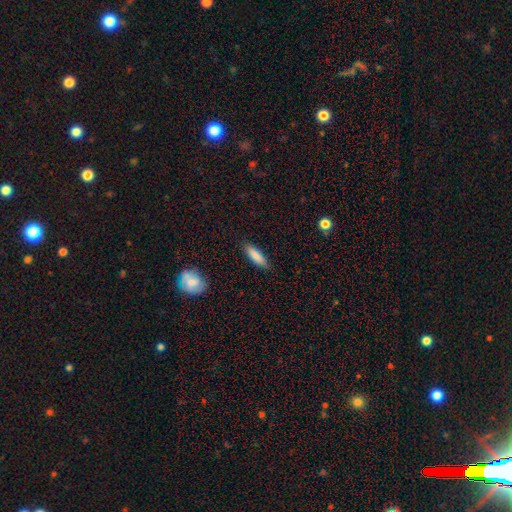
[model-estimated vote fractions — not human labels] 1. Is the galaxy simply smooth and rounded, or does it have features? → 85% smooth, 9% featured or disk, 6% star or artifact.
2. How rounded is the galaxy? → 57% cigar-shaped, 42% in between, 2% round.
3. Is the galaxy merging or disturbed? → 85% none, 11% minor disturbance, 2% major disturbance, 1% merger.